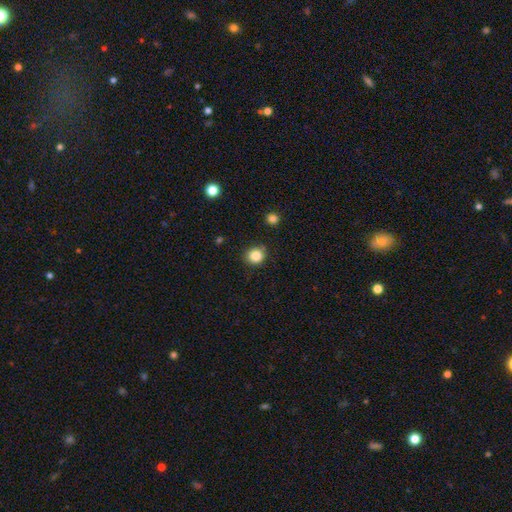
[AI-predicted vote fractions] A smooth galaxy with no disk features (86%) that is round (86%). Merging: none (84%).